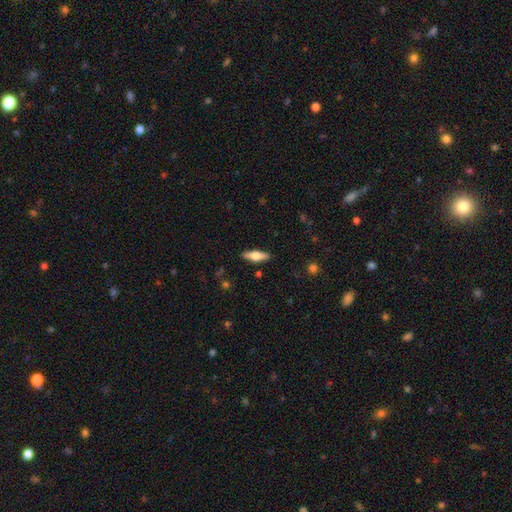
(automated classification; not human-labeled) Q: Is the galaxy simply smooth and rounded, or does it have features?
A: smooth — 48%.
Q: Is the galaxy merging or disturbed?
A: none — 88%.